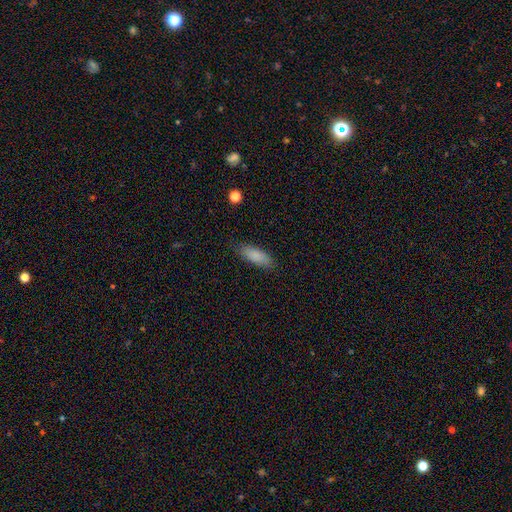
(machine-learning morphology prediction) smooth_or_featured: smooth (p=0.87) [alt: star or artifact p=0.07]
how_rounded: in between (p=0.70) [alt: cigar-shaped p=0.28]
merging: none (p=0.82) [alt: minor disturbance p=0.14]